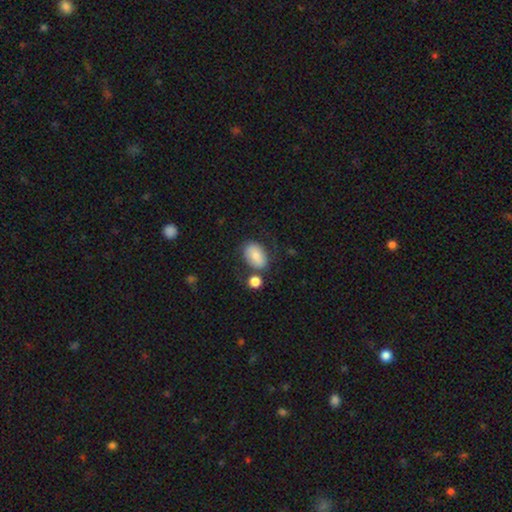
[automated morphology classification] Smooth or featured: smooth — 79% (featured or disk — 13%)
How rounded: in between — 86% (round — 13%)
Merging: none — 64% (minor disturbance — 16%)